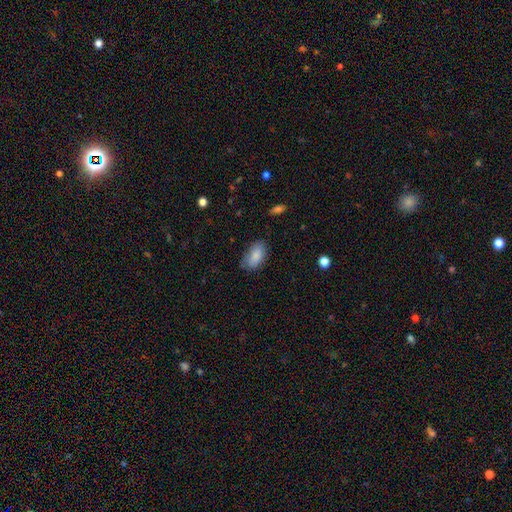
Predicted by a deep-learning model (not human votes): smooth 85%, featured or disk 8%, star or artifact 7%. Down the decision tree: how rounded — in between (93%); merging — none (73%).